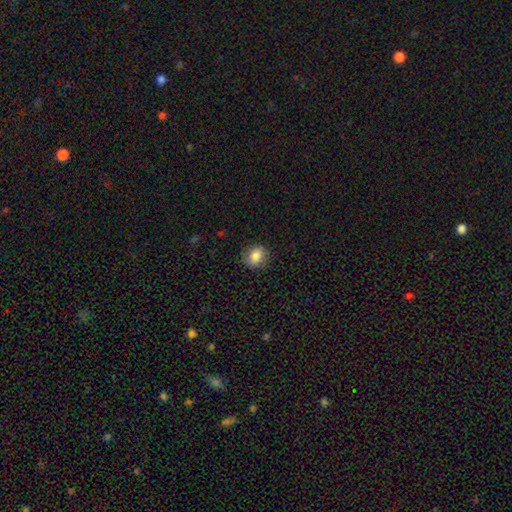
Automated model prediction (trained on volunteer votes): A smooth galaxy with no disk features (82%) that is round (64%). Merging: none (78%).